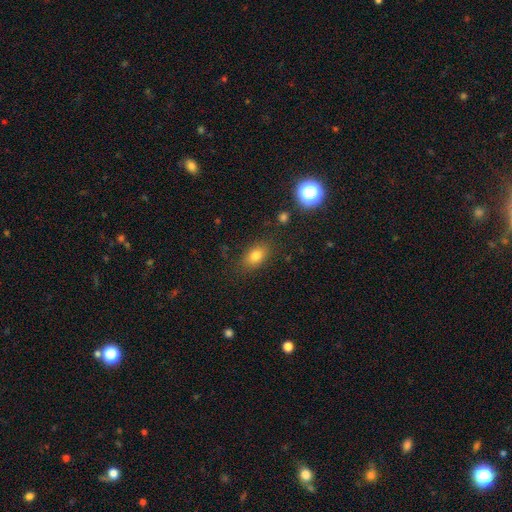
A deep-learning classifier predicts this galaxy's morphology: A smooth galaxy with no disk features (80%) that is in between round and cigar-shaped (83%).

Vote fractions:
- Smooth or featured? smooth: 80% / star or artifact: 11% / featured or disk: 9%
- How rounded? in between: 83% / round: 14% / cigar-shaped: 3%
- Merging? none: 83% / minor disturbance: 12% / major disturbance: 4% / merger: 2%